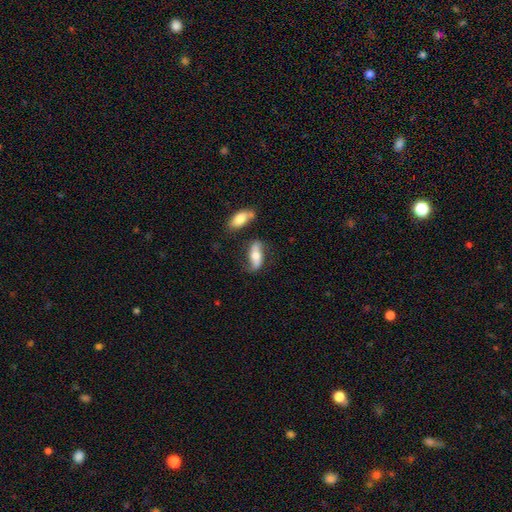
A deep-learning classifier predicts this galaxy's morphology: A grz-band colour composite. It shows a featured or disk galaxy (51%). Merging: none (63%).